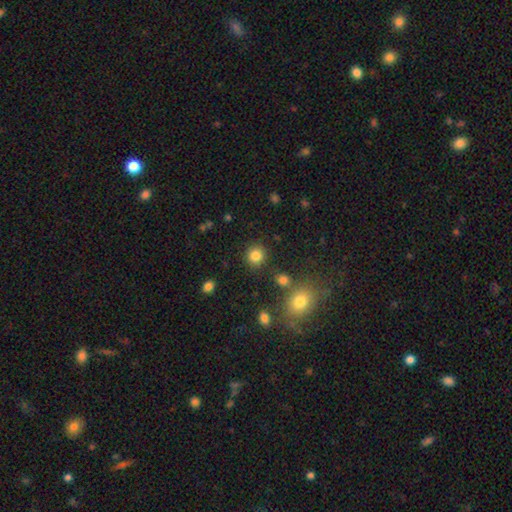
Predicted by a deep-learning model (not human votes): Smooth or featured? Predicted: smooth (p=0.84). How rounded? Predicted: round (p=0.89). Merging? Predicted: none (p=0.87).